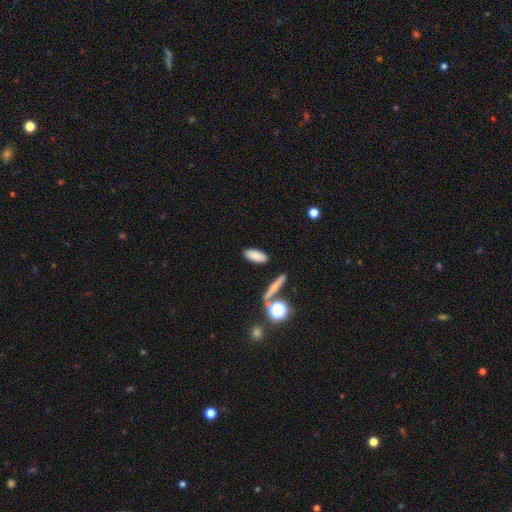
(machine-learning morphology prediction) Smooth or featured?
  - smooth: 85% *
  - star or artifact: 8%
  - featured or disk: 7%
How rounded?
  - in between: 75% *
  - cigar-shaped: 21%
  - round: 3%
Merging?
  - none: 85% *
  - minor disturbance: 8%
  - merger: 4%
  - major disturbance: 3%